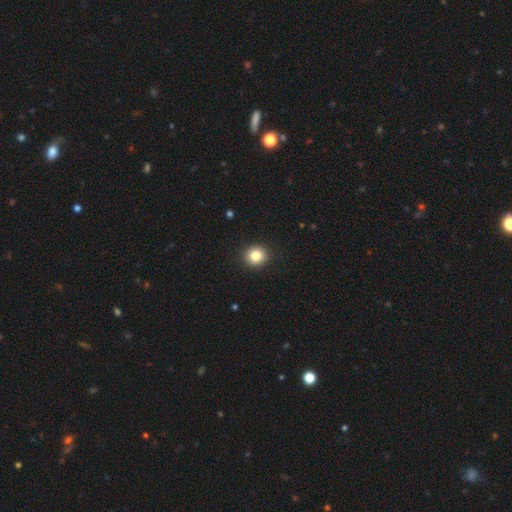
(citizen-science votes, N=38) Q: Smooth or featured?
A: smooth (92%); runner-up: star or artifact (5%)
Q: How rounded?
A: round (94%); runner-up: in between (6%)
Q: Merging?
A: none (94%); runner-up: minor disturbance (6%)